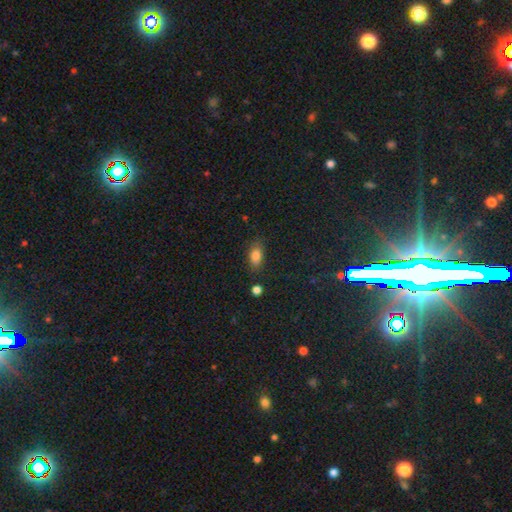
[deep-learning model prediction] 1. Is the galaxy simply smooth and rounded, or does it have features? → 82% smooth, 10% star or artifact, 8% featured or disk.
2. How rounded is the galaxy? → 86% in between, 8% round, 6% cigar-shaped.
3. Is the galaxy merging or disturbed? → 79% none, 14% minor disturbance, 3% major disturbance, 3% merger.